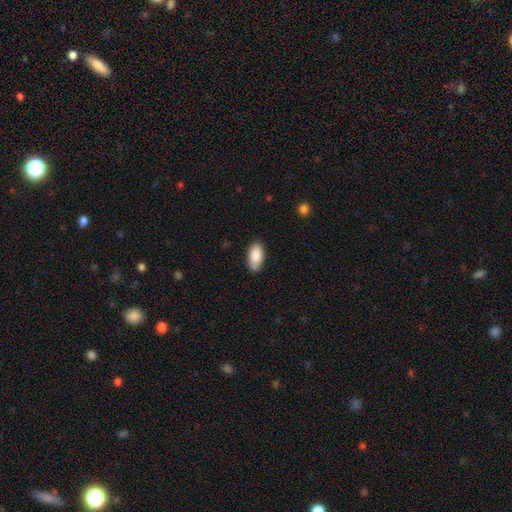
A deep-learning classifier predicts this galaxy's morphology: Smooth or featured? smooth (87%)
How rounded? in between (93%)
Merging? none (84%)